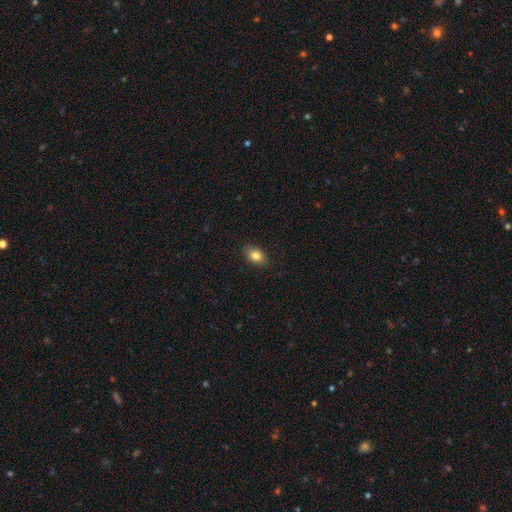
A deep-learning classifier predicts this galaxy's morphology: The model was most divided on "how rounded": in between: 83%, round: 15%, cigar-shaped: 2%. More confident: merging — none (87%); smooth or featured — smooth (82%).